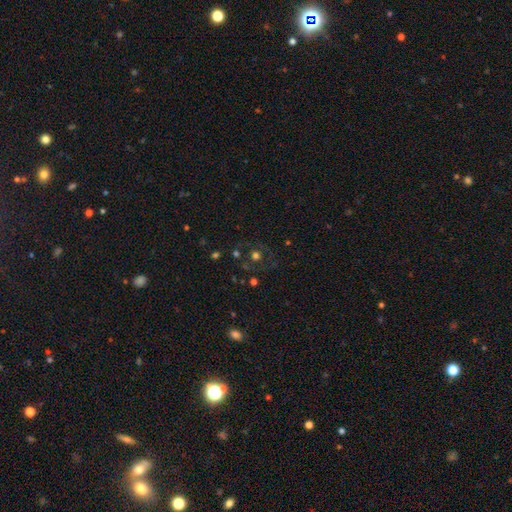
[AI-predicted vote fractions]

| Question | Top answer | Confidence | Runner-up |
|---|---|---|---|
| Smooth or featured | smooth | 49% | star or artifact (28%) |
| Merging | none | 72% | minor disturbance (13%) |